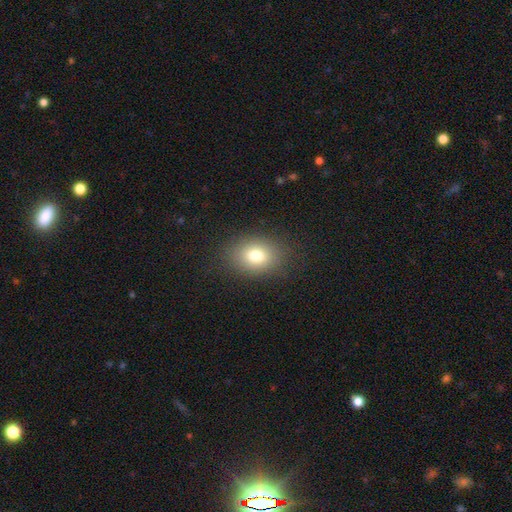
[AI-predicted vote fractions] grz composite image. It shows a smooth galaxy with no disk features (78%) that is in between round and cigar-shaped (64%). Merging: none (86%).